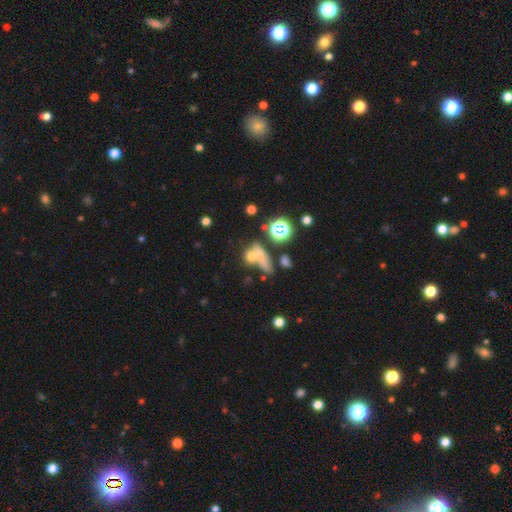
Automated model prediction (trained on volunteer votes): Q: Smooth or featured?
A: smooth (62%); runner-up: star or artifact (22%)
Q: How rounded?
A: round (41%); runner-up: in between (37%)
Q: Merging?
A: none (41%); runner-up: merger (34%)